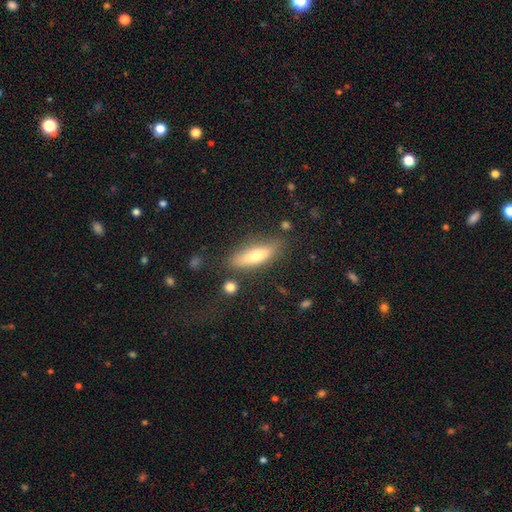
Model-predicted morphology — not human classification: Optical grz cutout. It shows a smooth galaxy with no disk features (63%) that is cigar-shaped (50%). Merging: none (79%).